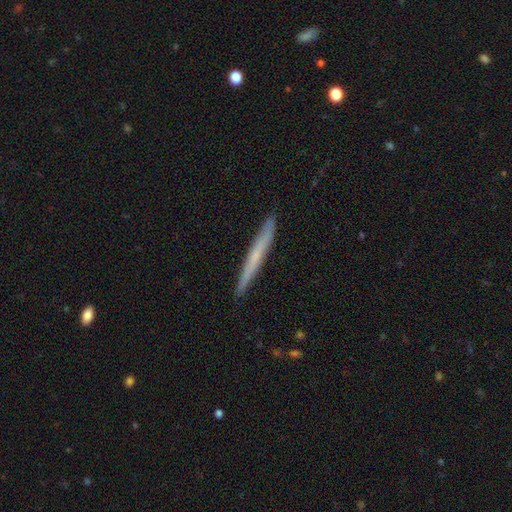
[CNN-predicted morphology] Smooth or featured? Predicted: smooth (p=0.50). Merging? Predicted: none (p=0.91).